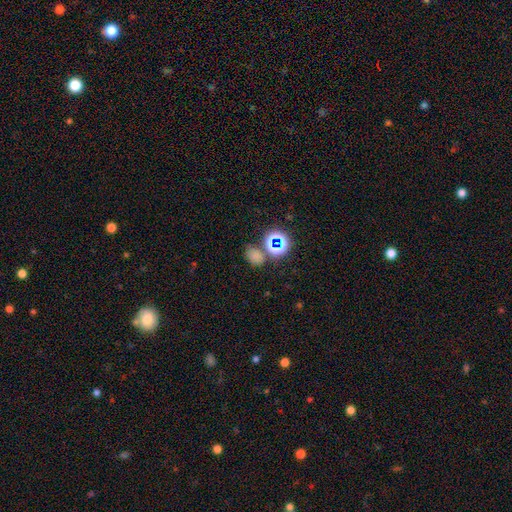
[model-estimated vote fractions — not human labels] A smooth galaxy with no disk features (62%) that is in between round and cigar-shaped (56%).

Vote fractions:
- Smooth or featured? smooth: 62% / star or artifact: 32% / featured or disk: 7%
- How rounded? in between: 56% / round: 43% / cigar-shaped: 1%
- Merging? none: 62% / merger: 16% / minor disturbance: 15% / major disturbance: 6%